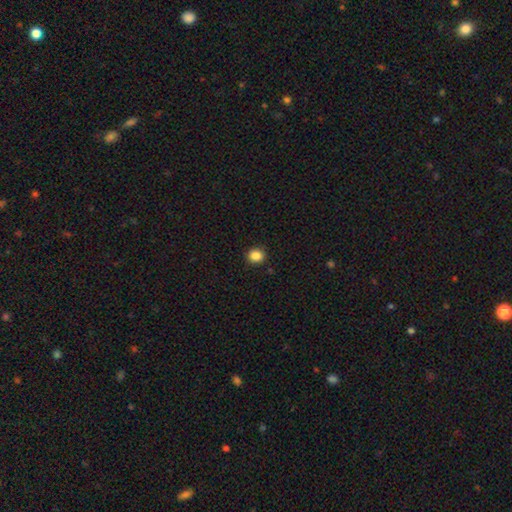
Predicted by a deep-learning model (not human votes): A smooth galaxy with no disk features (86%) that is round (77%). Merging: none (91%).